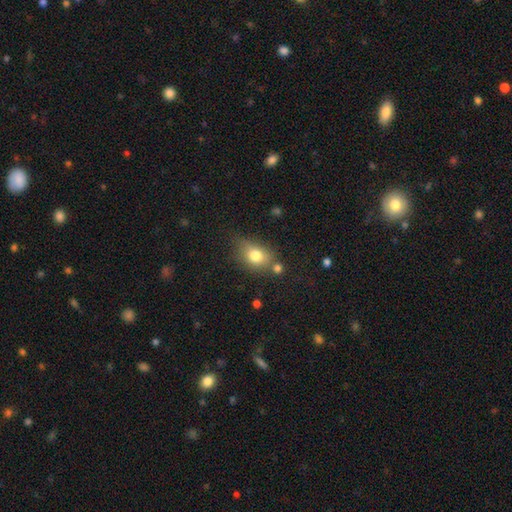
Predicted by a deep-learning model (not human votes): The model was most divided on "how rounded": in between: 65%, round: 33%, cigar-shaped: 2%. More confident: smooth or featured — smooth (78%); merging — none (58%).